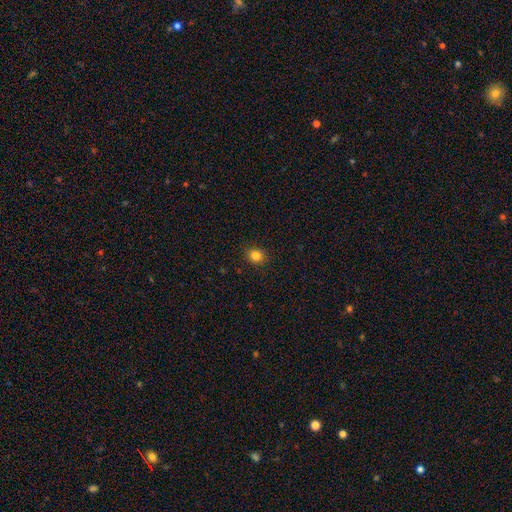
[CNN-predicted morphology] A smooth galaxy with no disk features (83%) that is round (77%). Merging: none (89%).